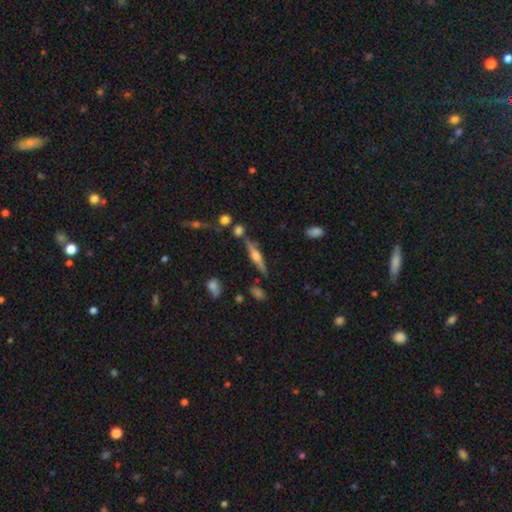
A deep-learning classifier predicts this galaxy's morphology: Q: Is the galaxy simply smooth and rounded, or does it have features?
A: featured or disk — 68%.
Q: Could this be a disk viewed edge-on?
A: yes — 96%.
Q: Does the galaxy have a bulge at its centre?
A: rounded — 88%.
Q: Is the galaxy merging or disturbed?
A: none — 78%.